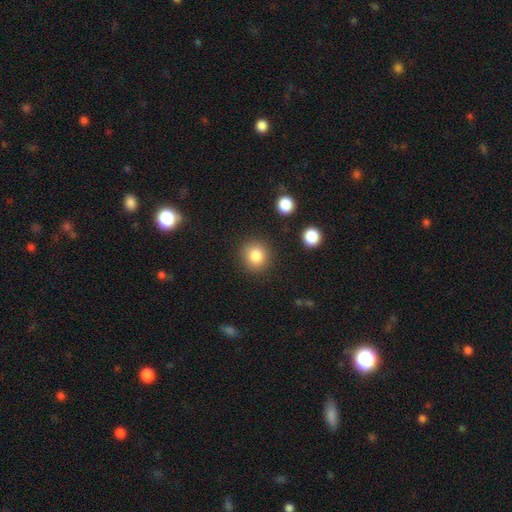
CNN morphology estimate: Overall: smooth (84%). How rounded: round (89%). Merging: none (87%).